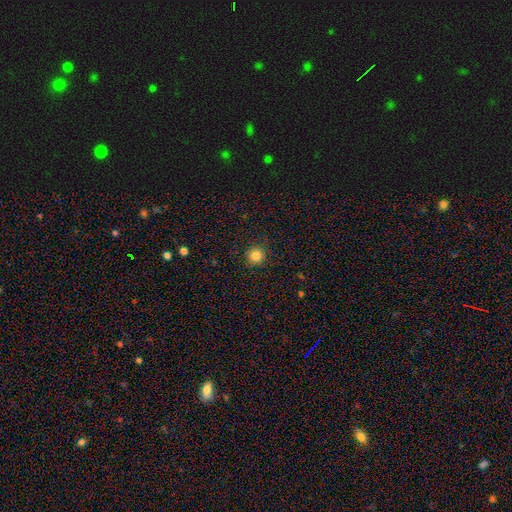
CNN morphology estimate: smooth-or-featured: smooth: 83% | star or artifact: 12% | featured or disk: 5%
  how-rounded: round: 94% | in between: 5% | cigar-shaped: 1%
  merging: none: 91% | minor disturbance: 6% | major disturbance: 2% | merger: 1%